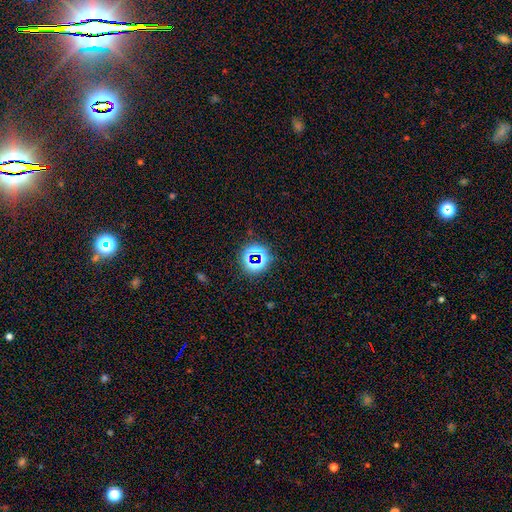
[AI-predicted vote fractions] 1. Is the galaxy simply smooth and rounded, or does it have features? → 66% star or artifact, 24% smooth, 10% featured or disk.